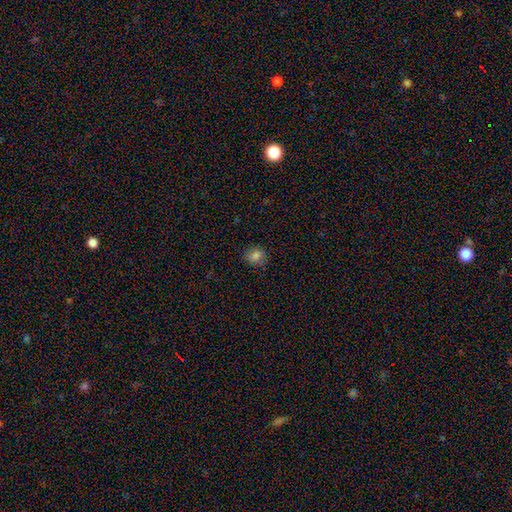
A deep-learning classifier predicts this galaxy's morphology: Smooth or featured?
  - smooth: 82% *
  - star or artifact: 12%
  - featured or disk: 6%
How rounded?
  - round: 66% *
  - in between: 33%
  - cigar-shaped: 1%
Merging?
  - none: 84% *
  - minor disturbance: 12%
  - major disturbance: 3%
  - merger: 1%